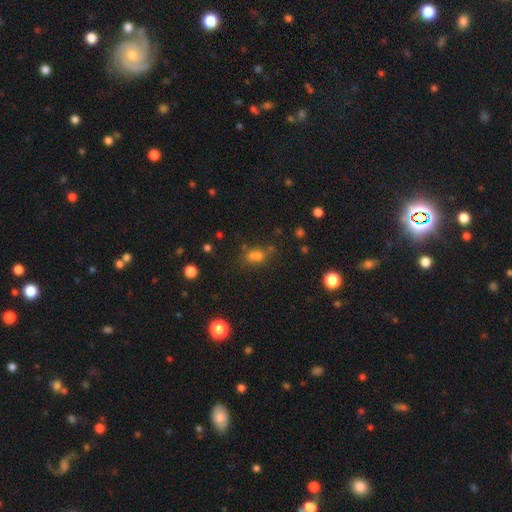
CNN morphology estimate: smooth 61%, star or artifact 26%, featured or disk 13%. Down the decision tree: how rounded — round (52%); merging — none (47%).